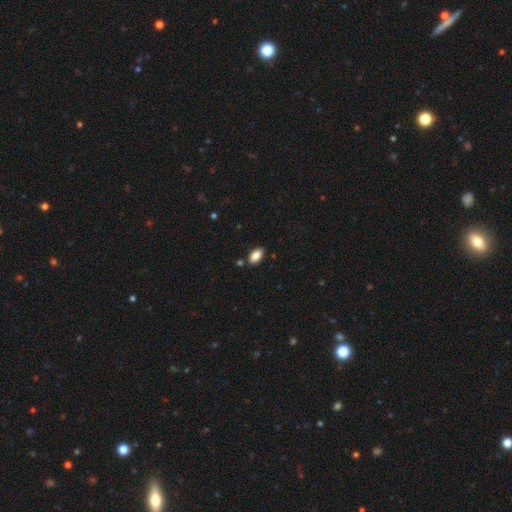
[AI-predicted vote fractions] Overall: smooth (86%). How rounded: in between (93%). Merging: none (84%).